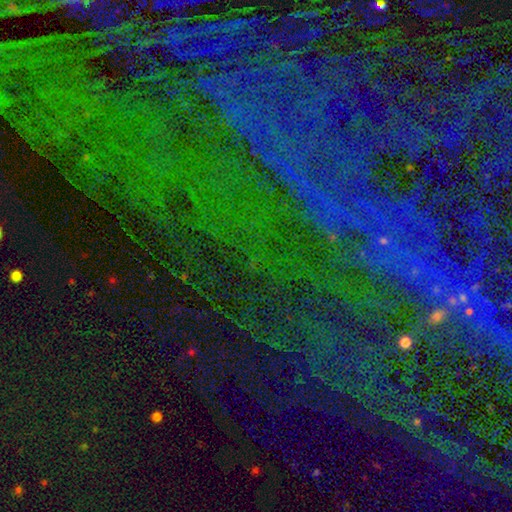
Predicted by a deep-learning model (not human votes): Smooth or featured? Predicted: star or artifact (p=0.78).